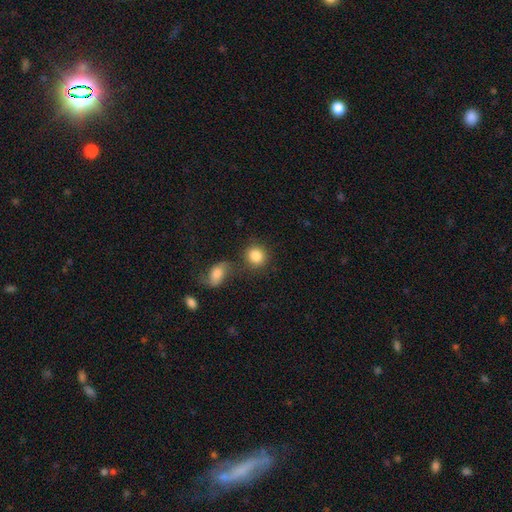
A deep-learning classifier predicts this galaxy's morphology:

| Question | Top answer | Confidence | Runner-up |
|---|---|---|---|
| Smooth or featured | smooth | 85% | star or artifact (8%) |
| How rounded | round | 83% | in between (16%) |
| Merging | none | 70% | merger (15%) |